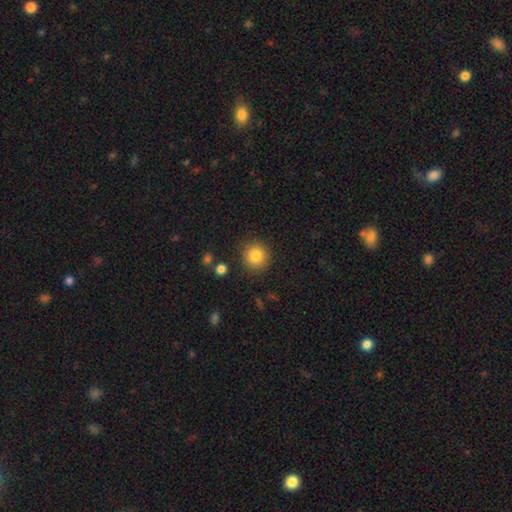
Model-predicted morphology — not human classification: type=smooth (85%); roundness=round (91%); merging=none (88%).